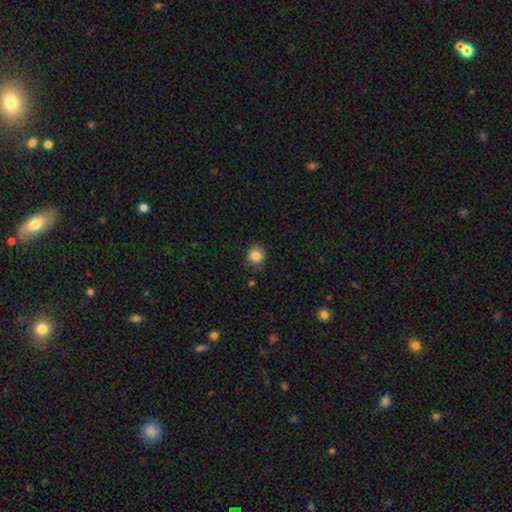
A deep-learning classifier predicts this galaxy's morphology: smooth 84%, star or artifact 10%, featured or disk 5%. Down the decision tree: how rounded — round (87%); merging — none (85%).